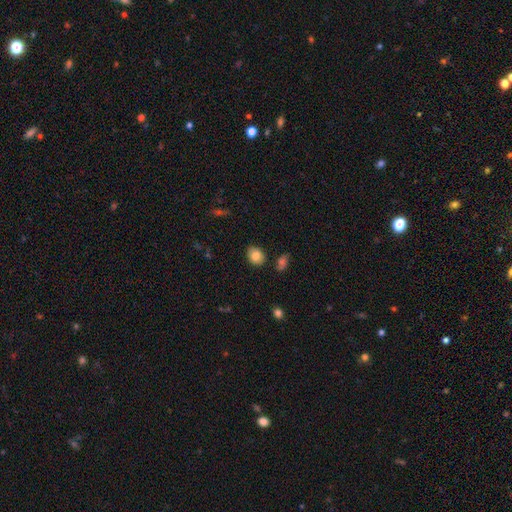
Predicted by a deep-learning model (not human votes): This is clearly a smooth galaxy (83%). How rounded: possibly in between (53%). Merging: clearly none (83%).